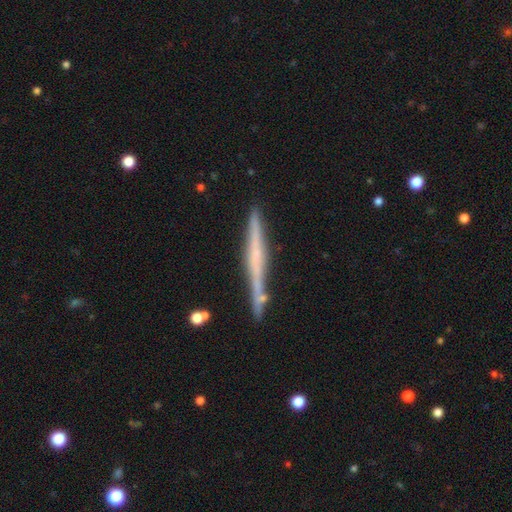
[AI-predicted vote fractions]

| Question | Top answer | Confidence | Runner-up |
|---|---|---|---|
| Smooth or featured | featured or disk | 65% | smooth (29%) |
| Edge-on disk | yes | 97% | no (3%) |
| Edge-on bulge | none | 63% | rounded (25%) |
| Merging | none | 80% | minor disturbance (12%) |